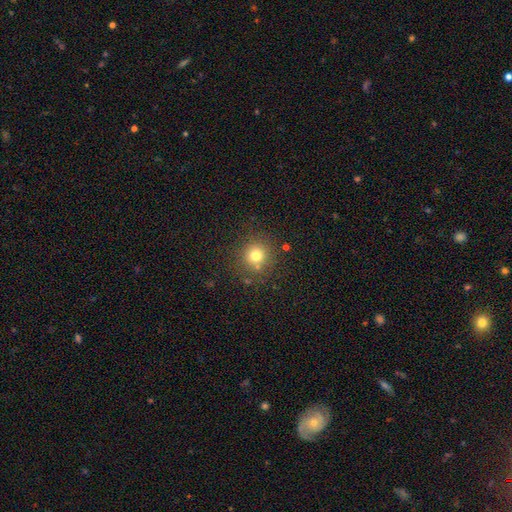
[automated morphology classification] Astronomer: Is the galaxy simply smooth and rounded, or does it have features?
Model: smooth — 76%.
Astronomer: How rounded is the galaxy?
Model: round — 92%.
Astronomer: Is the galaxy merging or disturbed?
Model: none — 81%.